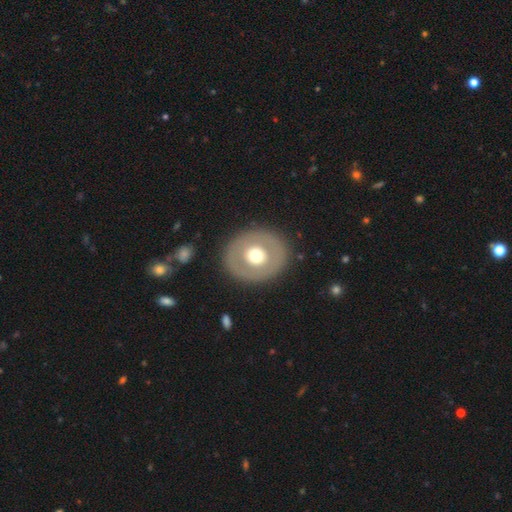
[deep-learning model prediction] Smooth or featured? Predicted: smooth (p=0.49). Merging? Predicted: none (p=0.87).